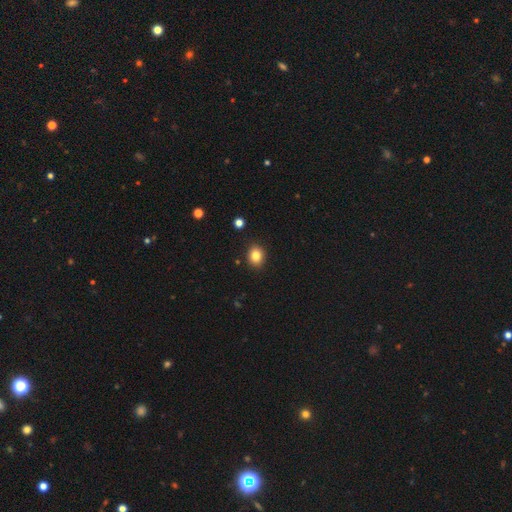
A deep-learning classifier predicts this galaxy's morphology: type=smooth (83%); roundness=round (61%); merging=none (89%).